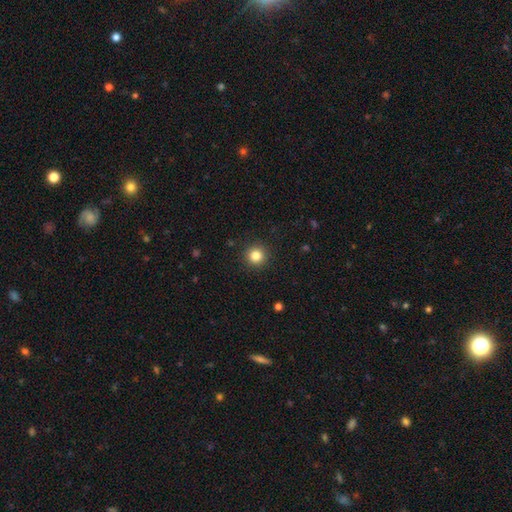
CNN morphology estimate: type=smooth (83%); roundness=round (95%); merging=none (92%).